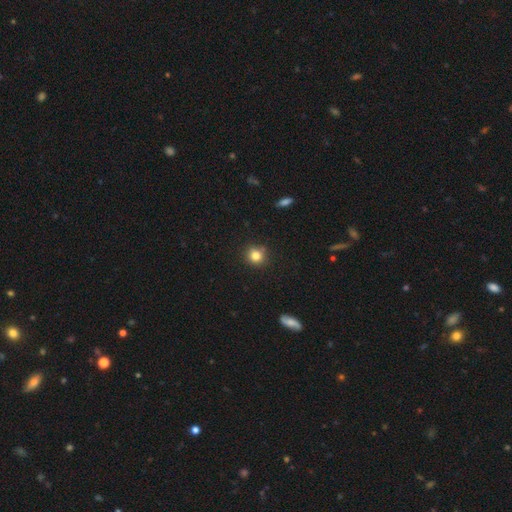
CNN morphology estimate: A smooth galaxy with no disk features (81%) that is round (87%).

Vote fractions:
- Smooth or featured? smooth: 81% / star or artifact: 12% / featured or disk: 6%
- How rounded? round: 87% / in between: 12% / cigar-shaped: 1%
- Merging? none: 83% / minor disturbance: 12% / merger: 3% / major disturbance: 2%